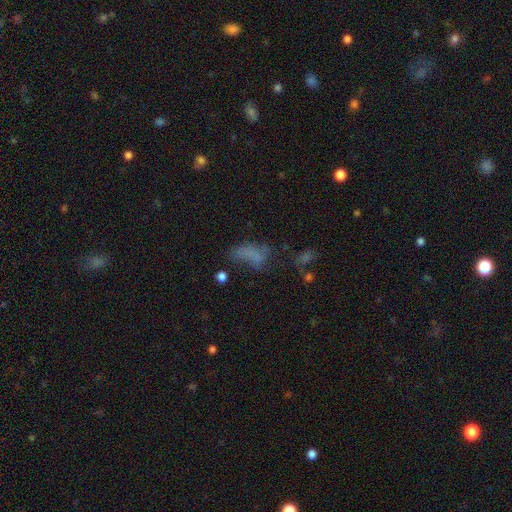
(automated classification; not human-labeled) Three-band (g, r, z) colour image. It shows a smooth galaxy with no disk features (54%) that is in between round and cigar-shaped (83%). Merging: major disturbance (37%).